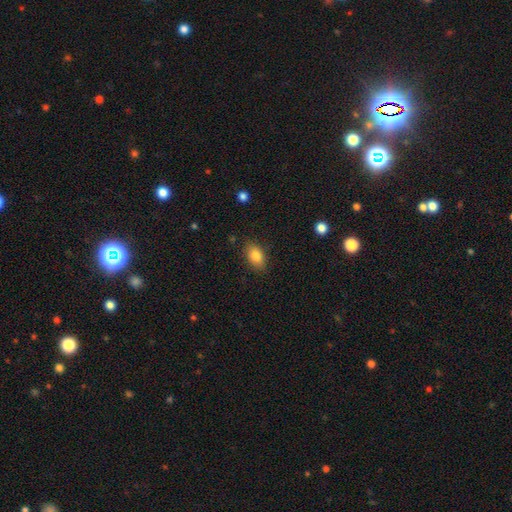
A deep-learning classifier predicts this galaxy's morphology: A smooth galaxy with no disk features (83%) that is in between round and cigar-shaped (86%). Merging: none (83%).